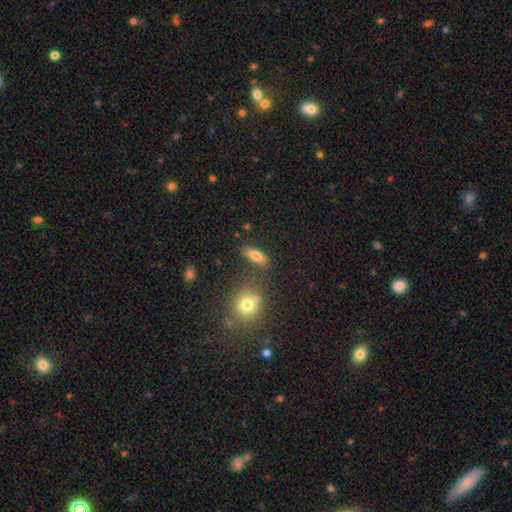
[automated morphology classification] This appears to be a smooth galaxy with no disk features (76%) that is in between round and cigar-shaped (64%). Merging: none (75%).